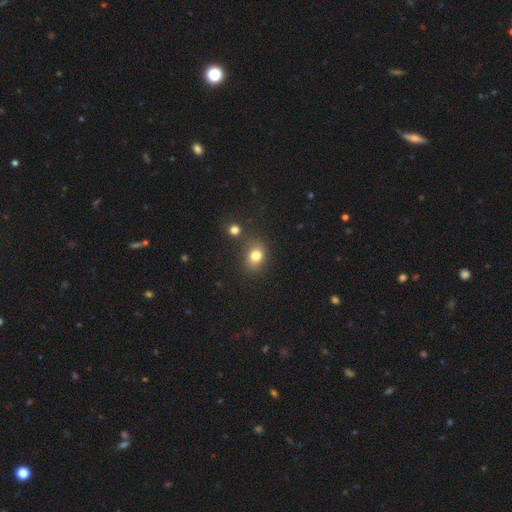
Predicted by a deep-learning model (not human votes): Smooth or featured? Predicted: smooth (p=0.80). How rounded? Predicted: round (p=0.52). Merging? Predicted: none (p=0.71).